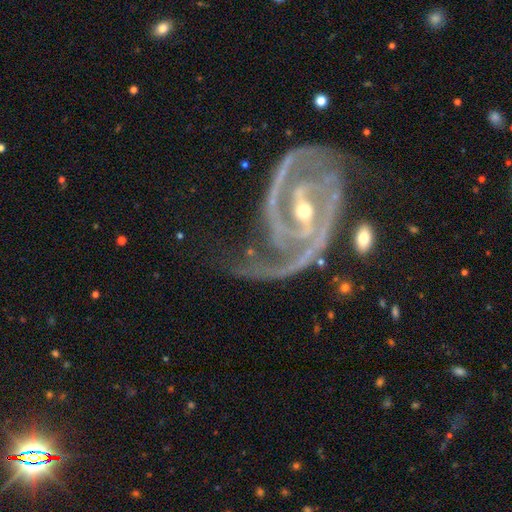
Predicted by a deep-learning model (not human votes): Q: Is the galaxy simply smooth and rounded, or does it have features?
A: featured or disk — 93%.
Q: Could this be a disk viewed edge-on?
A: no — 97%.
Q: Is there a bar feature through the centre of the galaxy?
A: strong — 47%.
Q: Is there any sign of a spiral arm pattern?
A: yes — 98%.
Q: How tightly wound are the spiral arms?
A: medium — 46%.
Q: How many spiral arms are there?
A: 2 — 69%.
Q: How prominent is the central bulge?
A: small — 58%.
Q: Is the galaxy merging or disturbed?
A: none — 45%.